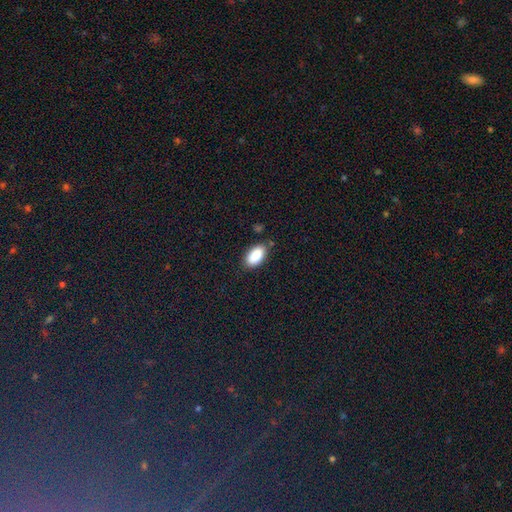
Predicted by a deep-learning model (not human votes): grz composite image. It shows a smooth galaxy with no disk features (88%) that is in between round and cigar-shaped (93%). Merging: none (80%).